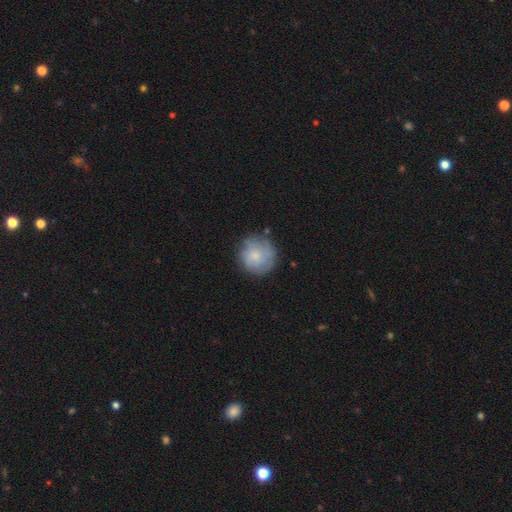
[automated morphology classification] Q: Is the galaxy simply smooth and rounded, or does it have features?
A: smooth — 62%.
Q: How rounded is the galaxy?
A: round — 92%.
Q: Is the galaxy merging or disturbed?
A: none — 74%.